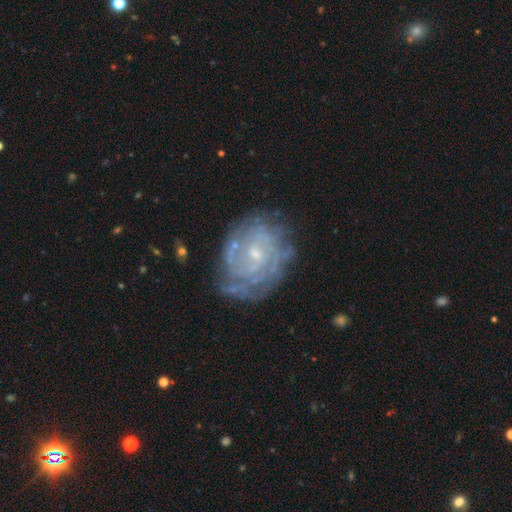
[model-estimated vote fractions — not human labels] The model was most divided on "spiral arm count": can't tell: 42%, 2: 18%, 3: 15%, 4: 11%, more than 4: 8%, 1: 6%. More confident: edge-on disk — no (97%); spiral arms — yes (91%); smooth or featured — featured or disk (80%); bulge size — small (73%); merging — none (72%); spiral winding — tight (69%); bar — no (59%).